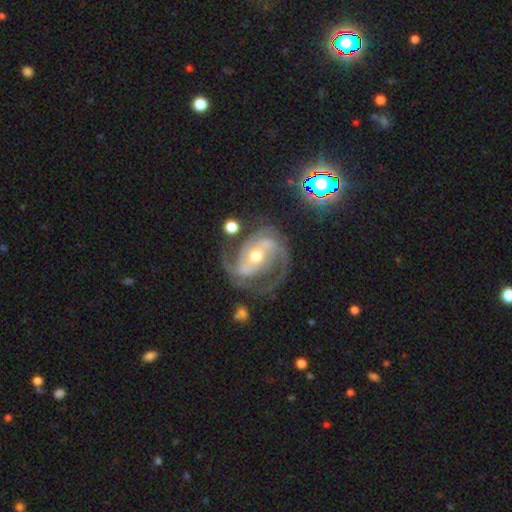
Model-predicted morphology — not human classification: smooth_or_featured: featured or disk (p=0.90) [alt: star or artifact p=0.06]
disk_edge_on: no (p=0.97) [alt: yes p=0.03]
bar: strong (p=0.42) [alt: weak p=0.35]
has_spiral_arms: yes (p=0.97) [alt: no p=0.03]
spiral_winding: medium (p=0.54) [alt: tight p=0.31]
spiral_arm_count: 2 (p=0.74) [alt: 3 p=0.13]
bulge_size: moderate (p=0.66) [alt: small p=0.28]
merging: none (p=0.68) [alt: minor disturbance p=0.17]